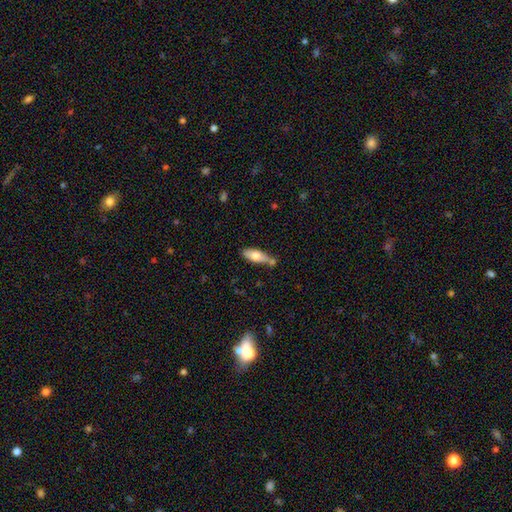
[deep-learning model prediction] smooth-or-featured: smooth: 70% | featured or disk: 24% | star or artifact: 6%
  how-rounded: in between: 72% | cigar-shaped: 26% | round: 2%
  merging: none: 56% | merger: 20% | minor disturbance: 19% | major disturbance: 4%